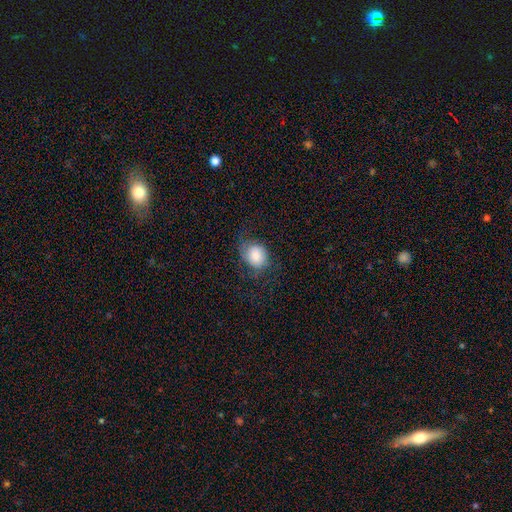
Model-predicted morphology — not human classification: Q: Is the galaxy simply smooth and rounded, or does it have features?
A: smooth — 71%.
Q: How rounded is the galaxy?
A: round — 52%.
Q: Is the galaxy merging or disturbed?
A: none — 58%.